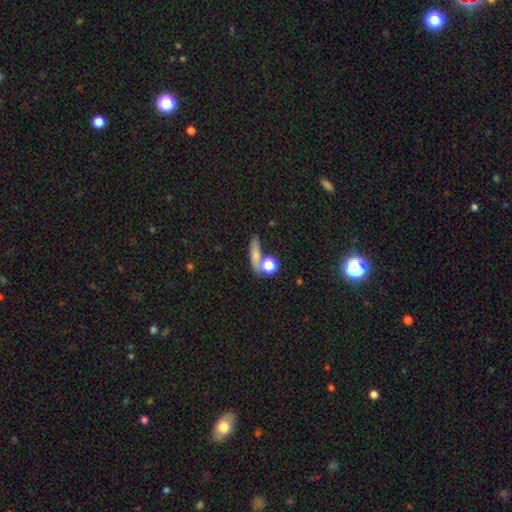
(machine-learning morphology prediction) A smooth galaxy with no disk features (71%) that is cigar-shaped (48%).

Vote fractions:
- Smooth or featured? smooth: 71% / featured or disk: 15% / star or artifact: 14%
- How rounded? cigar-shaped: 48% / in between: 27% / round: 25%
- Merging? none: 62% / merger: 19% / minor disturbance: 12% / major disturbance: 7%